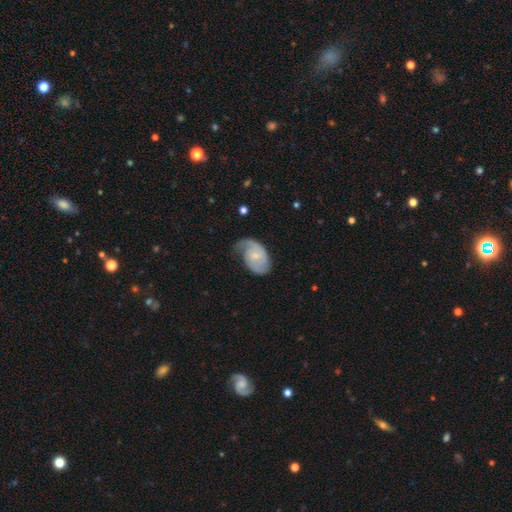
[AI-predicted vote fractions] Smooth or featured? Predicted: featured or disk (p=0.61). Edge-on disk? Predicted: no (p=0.97). Bar? Predicted: no (p=0.54). Spiral arms? Predicted: yes (p=0.88). Spiral winding? Predicted: medium (p=0.39). Spiral arm count? Predicted: 2 (p=0.43). Bulge size? Predicted: small (p=0.59). Merging? Predicted: none (p=0.41).